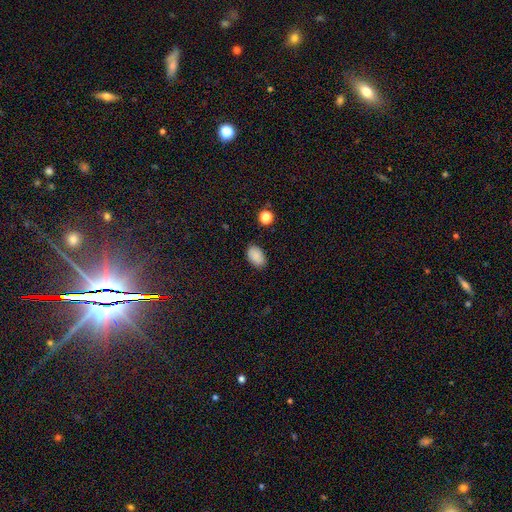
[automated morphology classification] Smooth or featured?
  - smooth: 87% *
  - star or artifact: 8%
  - featured or disk: 4%
How rounded?
  - in between: 92% *
  - round: 7%
  - cigar-shaped: 1%
Merging?
  - none: 85% *
  - minor disturbance: 11%
  - major disturbance: 3%
  - merger: 1%